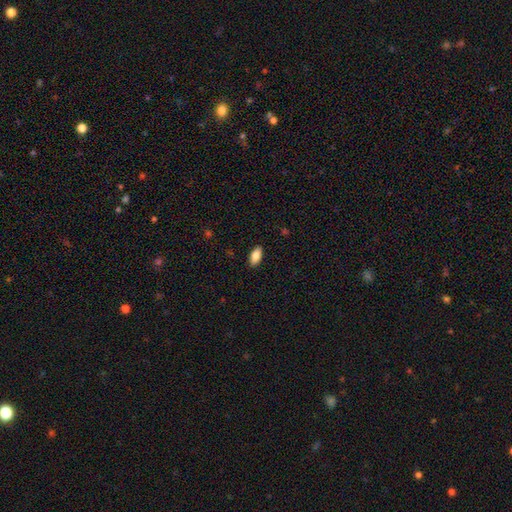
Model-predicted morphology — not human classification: Q: Smooth or featured?
A: smooth (84%); runner-up: featured or disk (9%)
Q: How rounded?
A: in between (91%); runner-up: cigar-shaped (7%)
Q: Merging?
A: none (89%); runner-up: minor disturbance (8%)